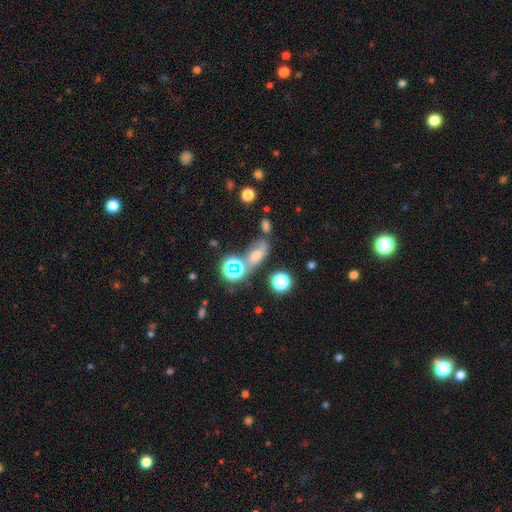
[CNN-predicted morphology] Smooth or featured? star or artifact (37%)